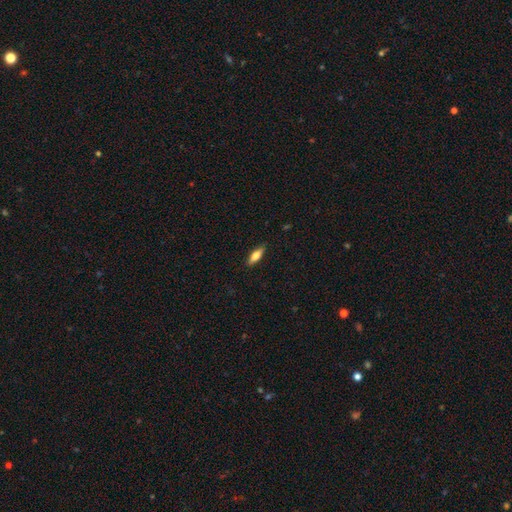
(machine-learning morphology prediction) smooth-or-featured: smooth: 70% | featured or disk: 24% | star or artifact: 6%
  how-rounded: in between: 60% | cigar-shaped: 38% | round: 2%
  merging: none: 88% | minor disturbance: 9% | major disturbance: 2% | merger: 1%